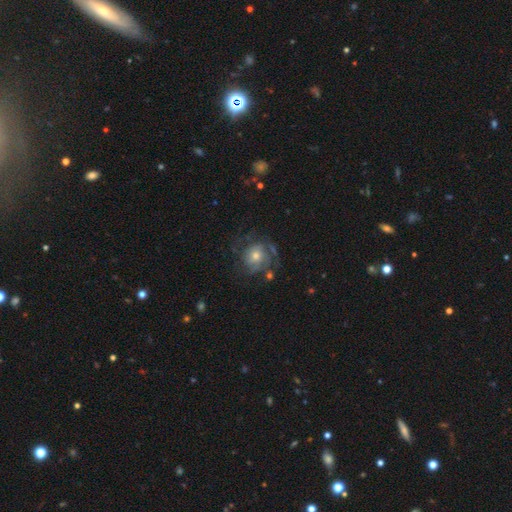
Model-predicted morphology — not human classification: Smooth or featured? Predicted: featured or disk (p=0.73). Edge-on disk? Predicted: no (p=0.98). Bar? Predicted: no (p=0.78). Spiral arms? Predicted: yes (p=0.89). Spiral winding? Predicted: tight (p=0.50). Spiral arm count? Predicted: can't tell (p=0.36). Bulge size? Predicted: moderate (p=0.54). Merging? Predicted: none (p=0.63).